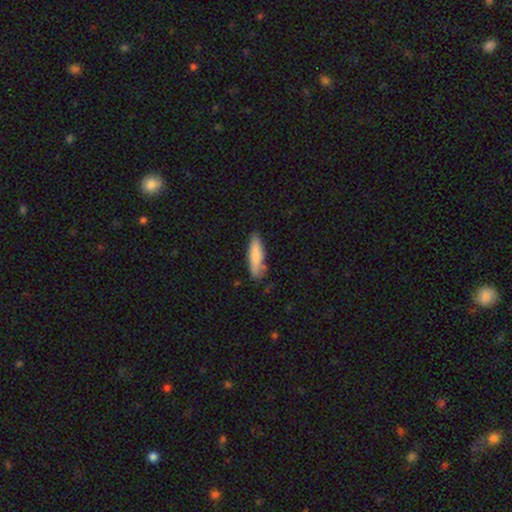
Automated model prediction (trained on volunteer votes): Overall: smooth (80%). How rounded: cigar-shaped (68%; in between 31%). Merging: none (73%).